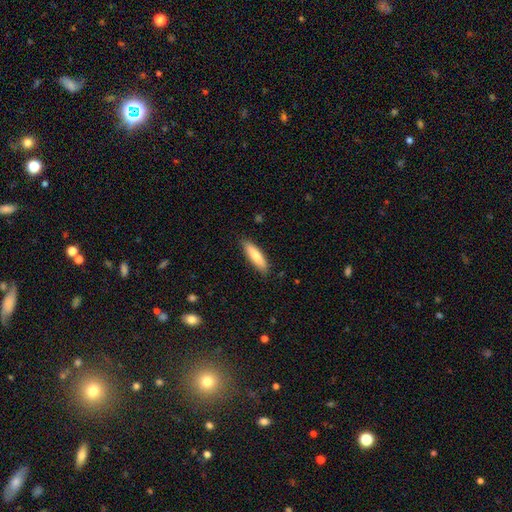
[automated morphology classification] smooth_or_featured: smooth (p=0.78) [alt: featured or disk p=0.16]
how_rounded: cigar-shaped (p=0.62) [alt: in between p=0.36]
merging: none (p=0.86) [alt: minor disturbance p=0.11]